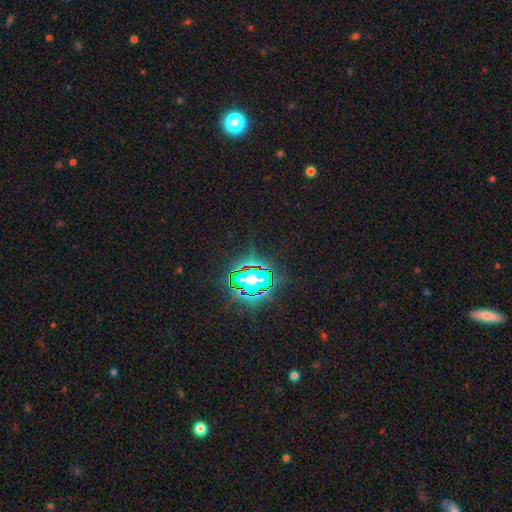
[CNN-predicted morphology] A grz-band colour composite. It shows a star or artifact, not a galaxy (83%).